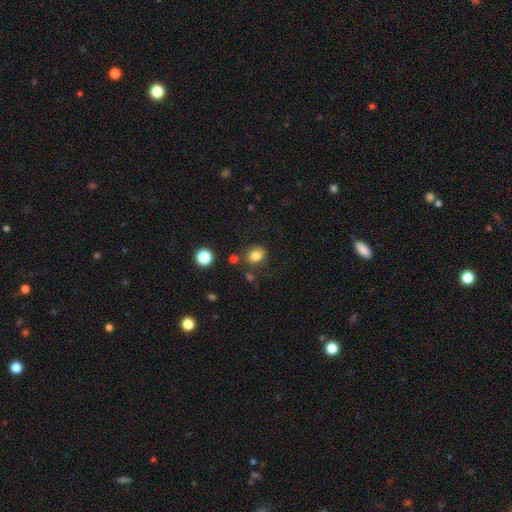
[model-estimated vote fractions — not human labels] Smooth or featured: smooth — 82% (star or artifact — 12%)
How rounded: in between — 51% (round — 48%)
Merging: none — 75% (minor disturbance — 14%)